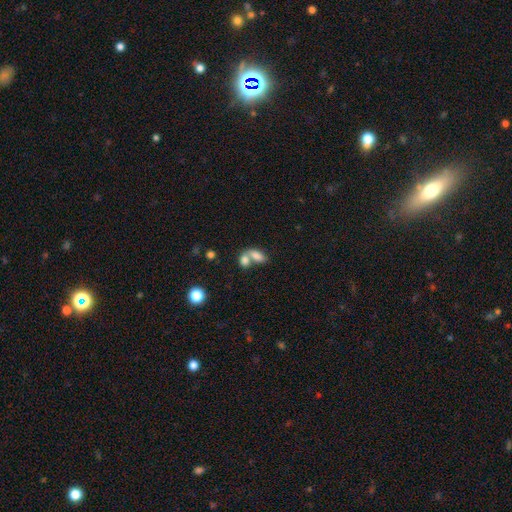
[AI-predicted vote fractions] A smooth galaxy with no disk features (79%) that is in between round and cigar-shaped (87%). Merging: merger (68%).